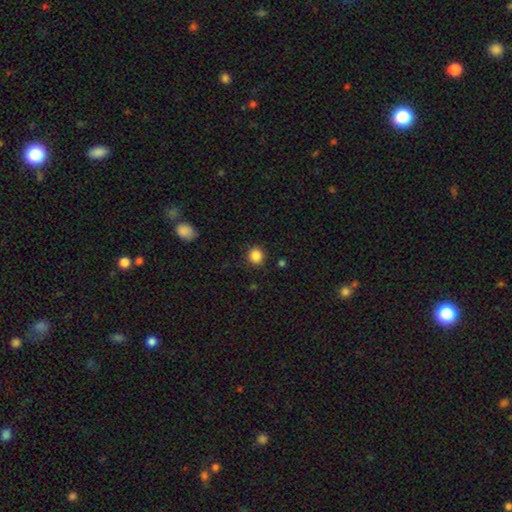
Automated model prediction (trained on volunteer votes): Smooth or featured? smooth (86%)
How rounded? round (87%)
Merging? none (88%)